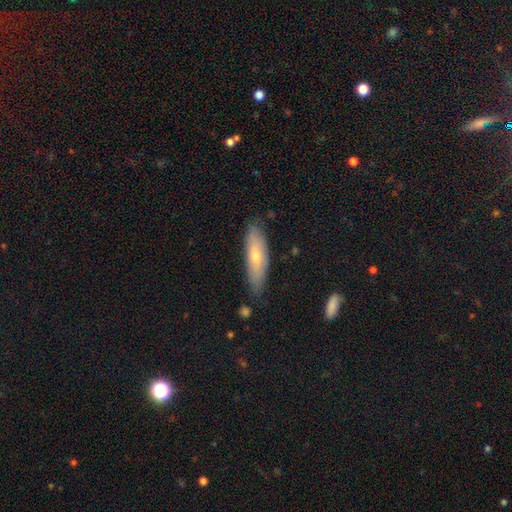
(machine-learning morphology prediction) Smooth or featured: smooth — 60% (featured or disk — 33%)
How rounded: cigar-shaped — 64% (in between — 34%)
Merging: none — 78% (minor disturbance — 17%)